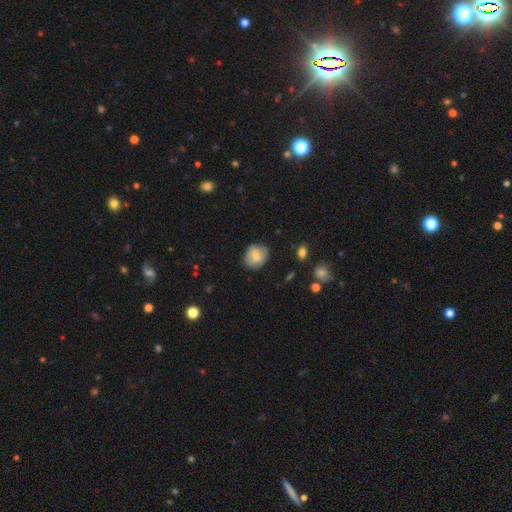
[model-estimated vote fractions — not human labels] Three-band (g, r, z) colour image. It shows a smooth galaxy with no disk features (79%) that is round (64%). Merging: none (78%).